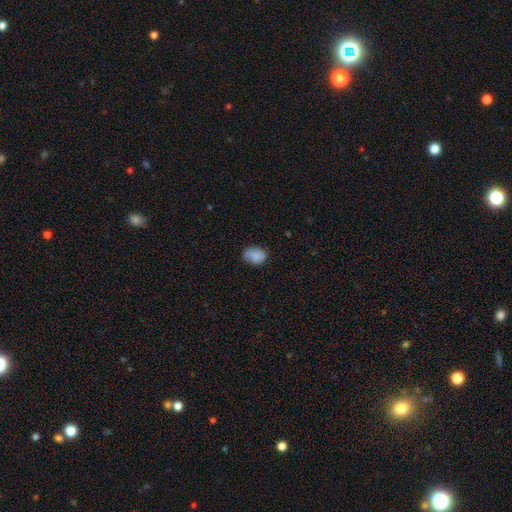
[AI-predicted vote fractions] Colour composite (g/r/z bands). It shows a smooth galaxy with no disk features (80%) that is in between round and cigar-shaped (71%). Merging: none (61%).